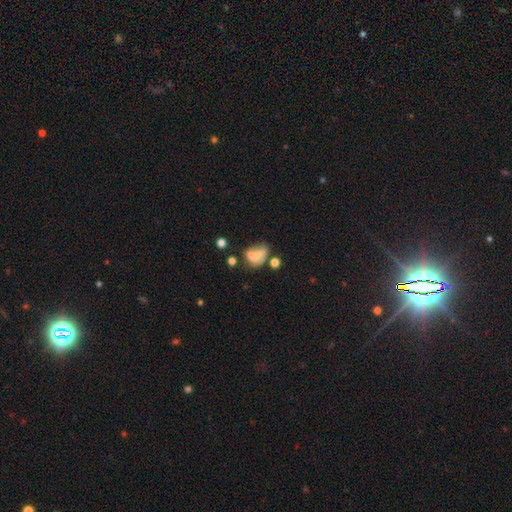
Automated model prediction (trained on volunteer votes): A smooth galaxy with no disk features (61%) that is in between round and cigar-shaped (70%).

Vote fractions:
- Smooth or featured? smooth: 61% / featured or disk: 26% / star or artifact: 14%
- How rounded? in between: 70% / round: 28% / cigar-shaped: 2%
- Merging? major disturbance: 29% / minor disturbance: 26% / none: 24% / merger: 21%